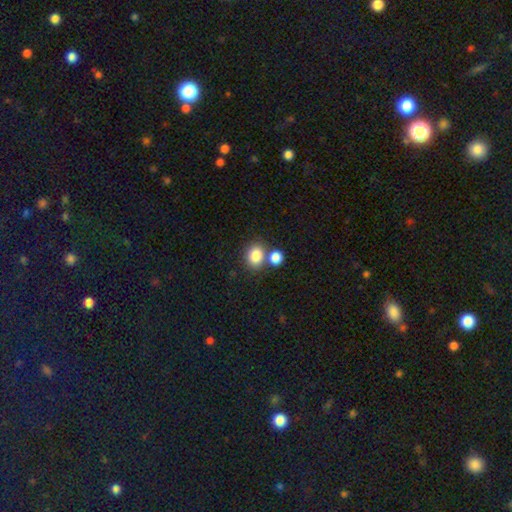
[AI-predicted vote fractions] Smooth or featured? Predicted: smooth (p=0.83). How rounded? Predicted: round (p=0.57). Merging? Predicted: none (p=0.58).